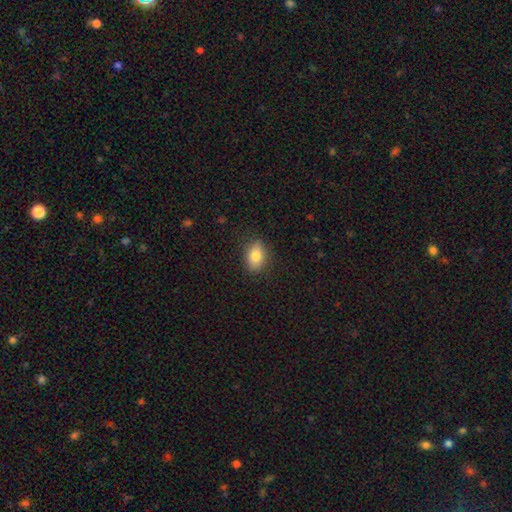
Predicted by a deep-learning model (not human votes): Smooth or featured? Predicted: smooth (p=0.80). How rounded? Predicted: in between (p=0.77). Merging? Predicted: none (p=0.86).